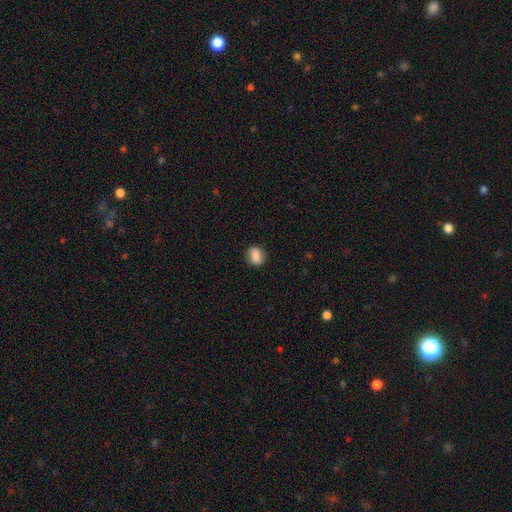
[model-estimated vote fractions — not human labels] Smooth or featured? Predicted: smooth (p=0.84). How rounded? Predicted: in between (p=0.58). Merging? Predicted: none (p=0.84).